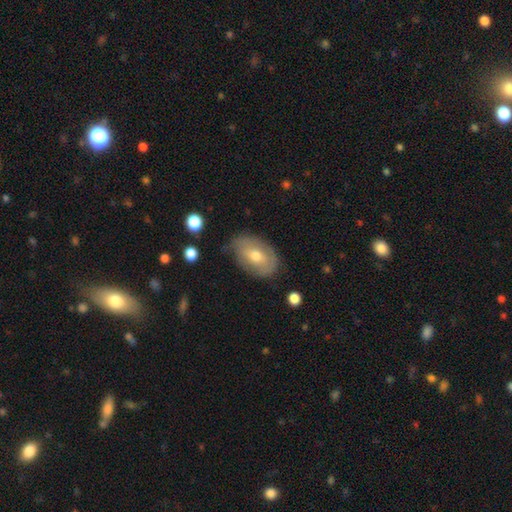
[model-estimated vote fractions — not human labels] Morphology: type=smooth (51%); roundness=in between (85%); merging=none (65%).